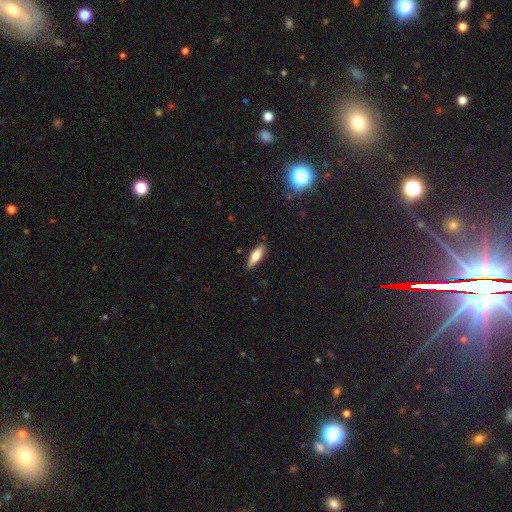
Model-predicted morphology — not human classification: A smooth galaxy with no disk features (69%) that is in between round and cigar-shaped (58%).

Vote fractions:
- Smooth or featured? smooth: 69% / featured or disk: 24% / star or artifact: 6%
- How rounded? in between: 58% / cigar-shaped: 40% / round: 2%
- Merging? none: 87% / minor disturbance: 10% / major disturbance: 2% / merger: 1%